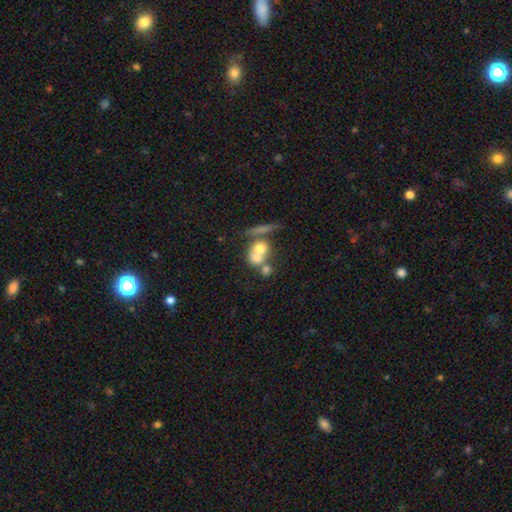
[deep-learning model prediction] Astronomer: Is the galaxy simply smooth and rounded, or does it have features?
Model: smooth — 49% (runner-up: featured or disk, 36%).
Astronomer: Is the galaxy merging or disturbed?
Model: merger — 53% (runner-up: none, 29%).